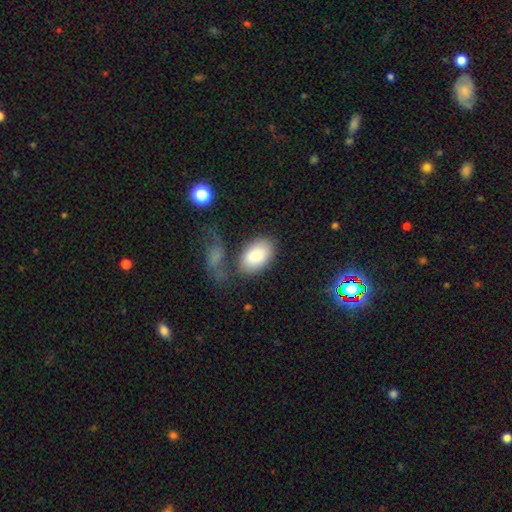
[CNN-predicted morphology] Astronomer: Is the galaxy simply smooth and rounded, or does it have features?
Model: smooth — 86%.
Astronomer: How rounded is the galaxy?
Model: in between — 91%.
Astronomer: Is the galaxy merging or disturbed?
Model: none — 59%.